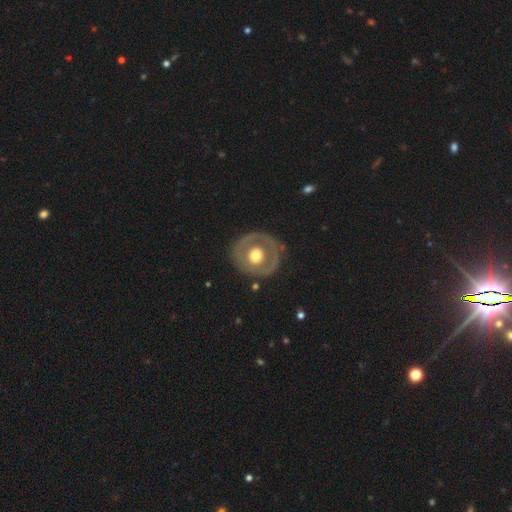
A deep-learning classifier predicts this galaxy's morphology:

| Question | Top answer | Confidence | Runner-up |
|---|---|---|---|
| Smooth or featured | featured or disk | 53% | smooth (41%) |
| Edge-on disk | no | 95% | yes (5%) |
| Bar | no | 88% | weak (9%) |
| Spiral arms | no | 87% | yes (13%) |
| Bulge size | moderate | 62% | large (30%) |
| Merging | none | 80% | minor disturbance (12%) |